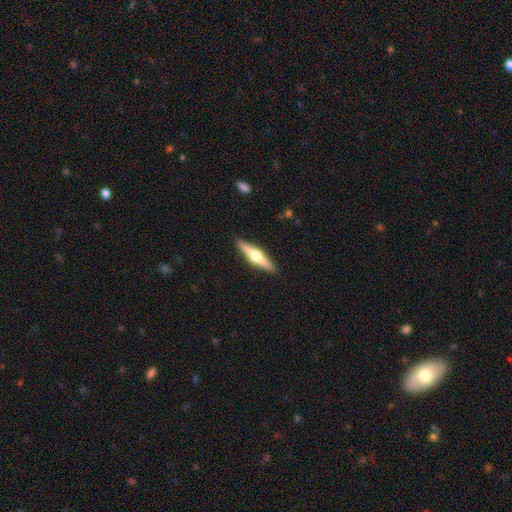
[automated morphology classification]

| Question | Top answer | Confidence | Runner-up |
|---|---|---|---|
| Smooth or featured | featured or disk | 66% | smooth (29%) |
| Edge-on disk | yes | 97% | no (3%) |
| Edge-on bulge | rounded | 95% | boxy (3%) |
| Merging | none | 91% | minor disturbance (7%) |